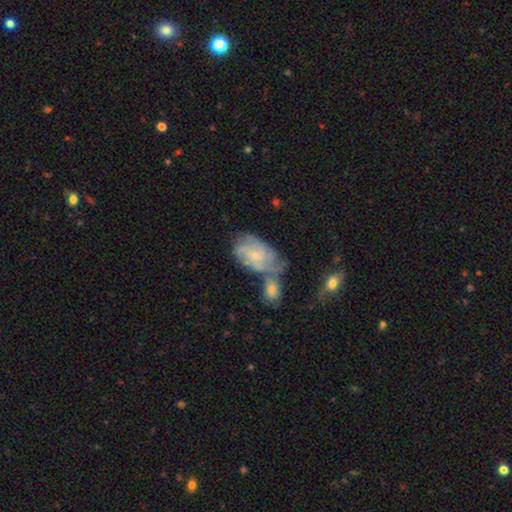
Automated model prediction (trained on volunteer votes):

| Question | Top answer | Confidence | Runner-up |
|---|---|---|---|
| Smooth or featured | featured or disk | 70% | smooth (23%) |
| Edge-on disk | no | 96% | yes (4%) |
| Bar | no | 65% | weak (30%) |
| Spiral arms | yes | 88% | no (12%) |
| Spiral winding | tight | 50% | medium (36%) |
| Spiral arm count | can't tell | 40% | 3 (21%) |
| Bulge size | small | 72% | moderate (22%) |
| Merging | none | 38% | merger (32%) |